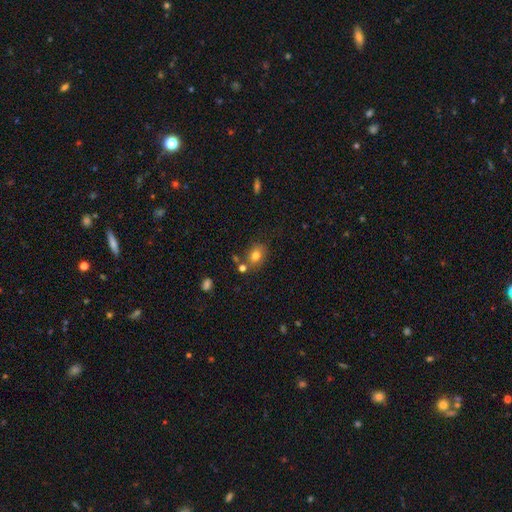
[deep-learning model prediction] smooth_or_featured: smooth (p=0.77) [alt: star or artifact p=0.12]
how_rounded: in between (p=0.58) [alt: round p=0.41]
merging: none (p=0.70) [alt: minor disturbance p=0.13]